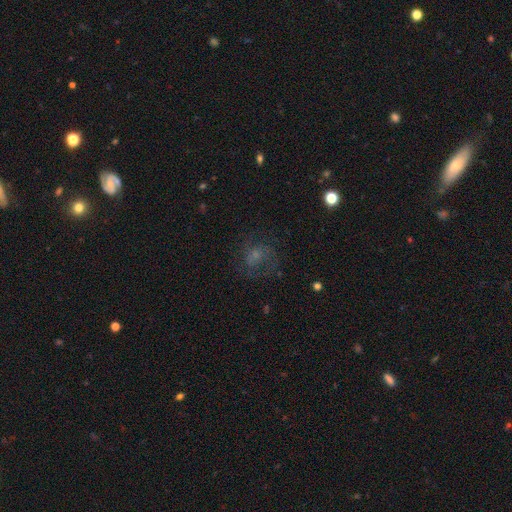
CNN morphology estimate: type=featured or disk (41%); merging=none (54%).